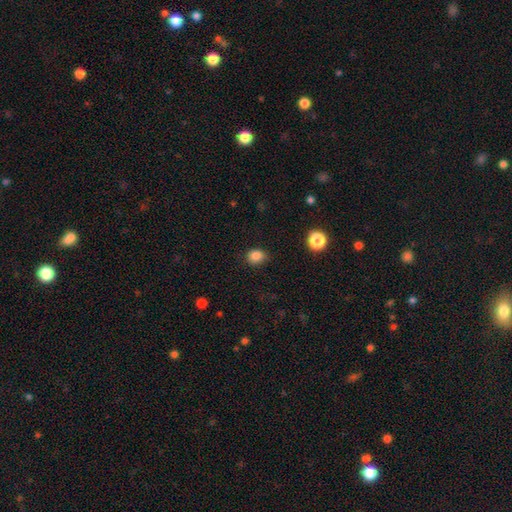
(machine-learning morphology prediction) type=smooth (85%); roundness=round (55%); merging=none (80%).